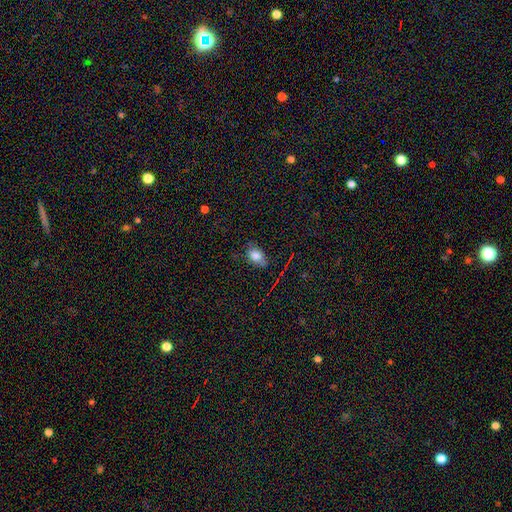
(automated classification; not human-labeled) The model was most divided on "merging": none: 62%, minor disturbance: 26%, major disturbance: 8%, merger: 4%. More confident: how rounded — in between (80%); smooth or featured — smooth (80%).